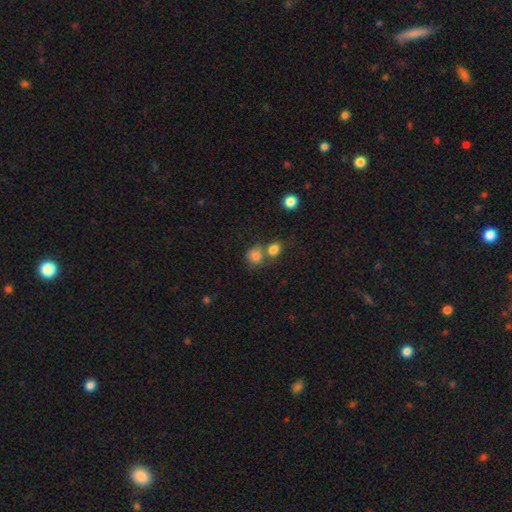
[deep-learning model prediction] Smooth or featured?
  - smooth: 81% *
  - star or artifact: 11%
  - featured or disk: 7%
How rounded?
  - round: 72% *
  - in between: 27%
  - cigar-shaped: 1%
Merging?
  - none: 43% *
  - merger: 42%
  - minor disturbance: 11%
  - major disturbance: 5%